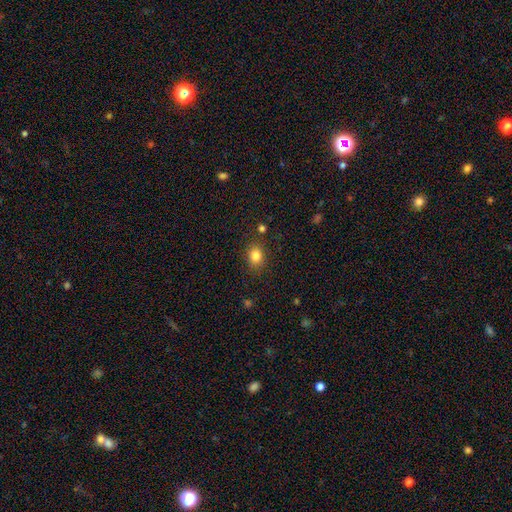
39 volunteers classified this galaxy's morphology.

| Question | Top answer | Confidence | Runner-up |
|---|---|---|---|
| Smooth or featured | smooth | 79% | featured or disk (13%) |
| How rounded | round | 61% | in between (39%) |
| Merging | none | 69% | minor disturbance (17%) |